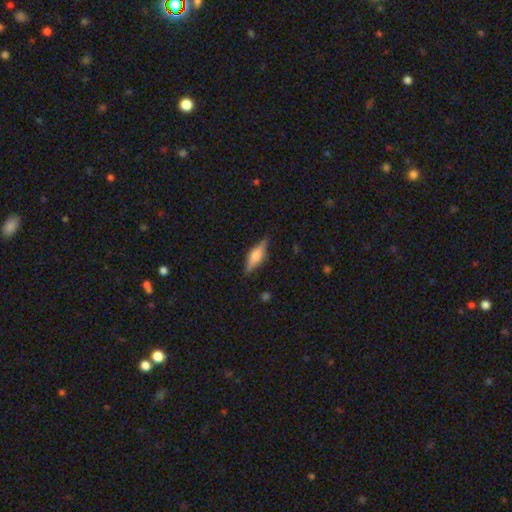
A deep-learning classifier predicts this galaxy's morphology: type=featured or disk (56%); edge-on=yes (95%); edge-on bulge=rounded (85%); merging=none (86%).